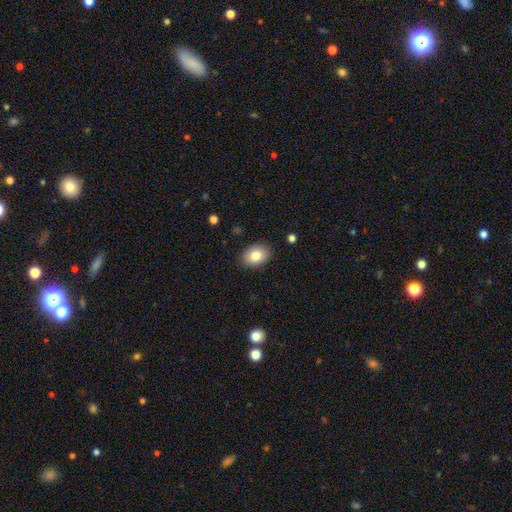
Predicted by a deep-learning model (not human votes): This is clearly a smooth galaxy (84%). How rounded: likely in between (77%). Merging: clearly none (88%).